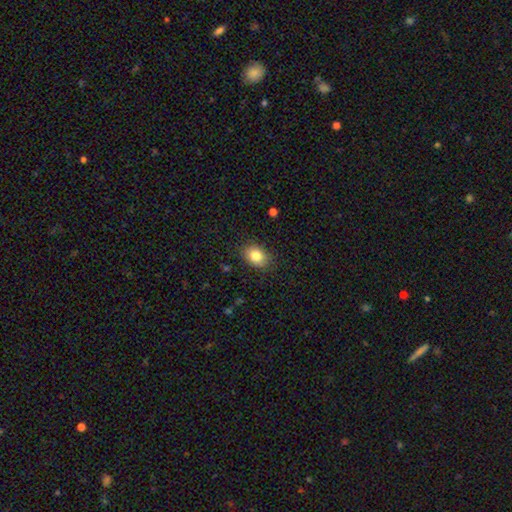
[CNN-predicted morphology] smooth 83%, star or artifact 9%, featured or disk 8%. Down the decision tree: how rounded — in between (69%); merging — none (86%).